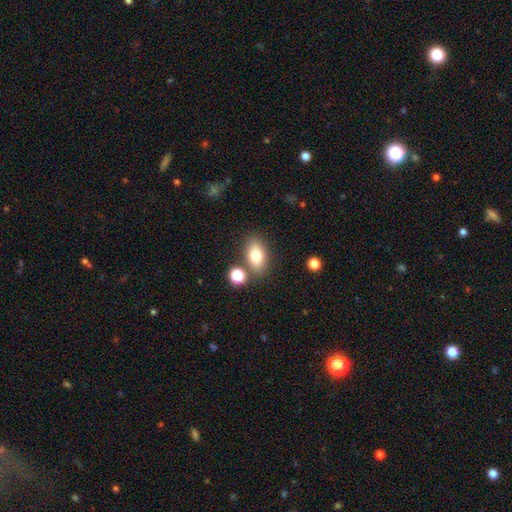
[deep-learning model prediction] smooth-or-featured: smooth: 78% | featured or disk: 13% | star or artifact: 9%
  how-rounded: in between: 85% | round: 10% | cigar-shaped: 4%
  merging: none: 75% | minor disturbance: 12% | merger: 10% | major disturbance: 3%